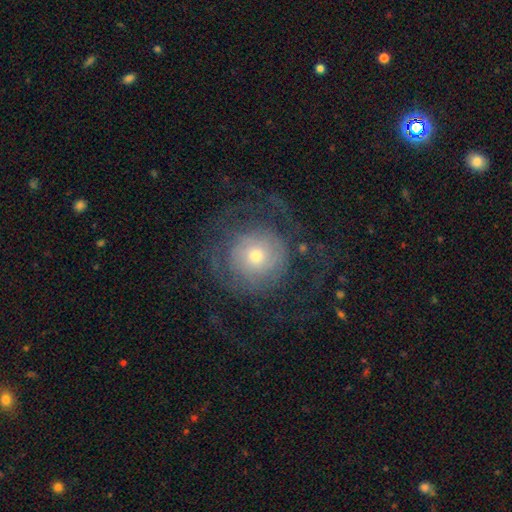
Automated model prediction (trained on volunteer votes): Overall: featured or disk (60%; smooth 31%). Edge-on disk: no (97%). Bar: no (81%). Spiral arms: yes (73%). Bulge size: small (47%; moderate 44%). Merging: none (61%; major disturbance 24%).